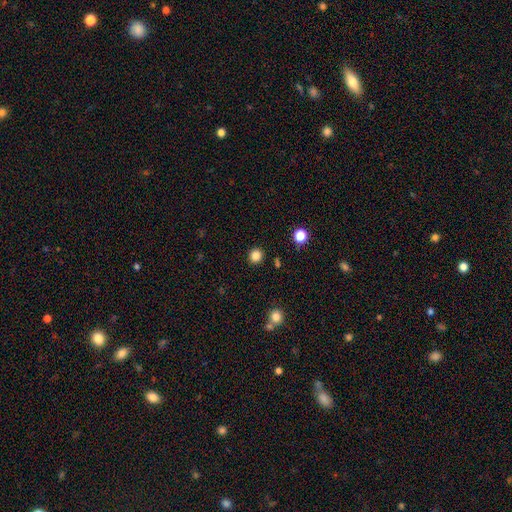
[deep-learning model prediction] Smooth or featured? smooth (84%)
How rounded? round (90%)
Merging? none (91%)